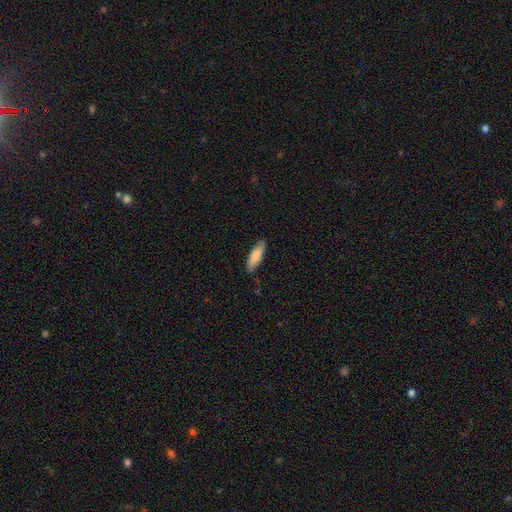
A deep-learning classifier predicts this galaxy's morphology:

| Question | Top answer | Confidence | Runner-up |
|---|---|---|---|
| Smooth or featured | smooth | 78% | featured or disk (17%) |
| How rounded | cigar-shaped | 53% | in between (46%) |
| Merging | none | 83% | minor disturbance (14%) |